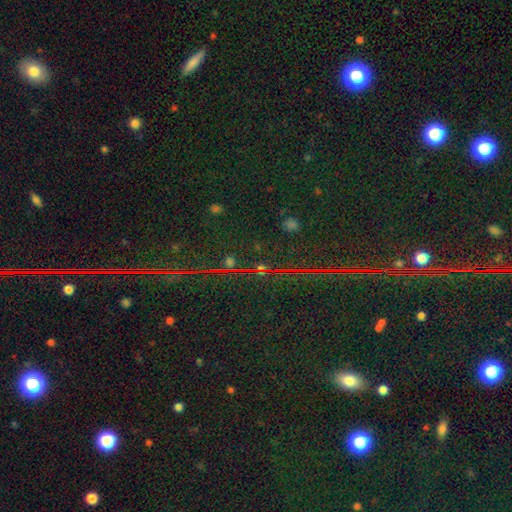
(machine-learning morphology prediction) star or artifact 82%, smooth 9%, featured or disk 8%.